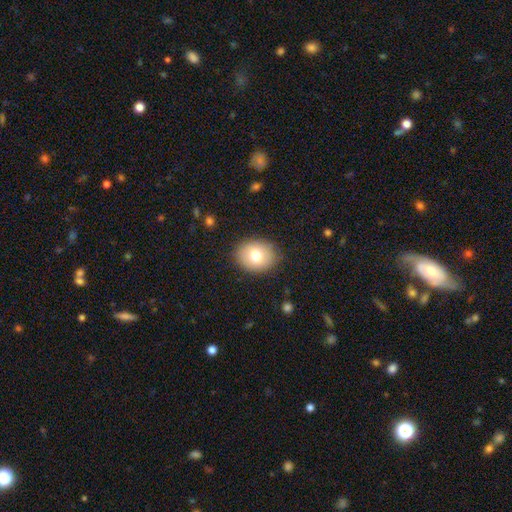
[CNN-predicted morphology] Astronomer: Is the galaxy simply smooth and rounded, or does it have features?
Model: smooth — 76%.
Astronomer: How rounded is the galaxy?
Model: in between — 50% (runner-up: round, 49%).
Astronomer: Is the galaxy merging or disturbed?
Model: none — 86%.